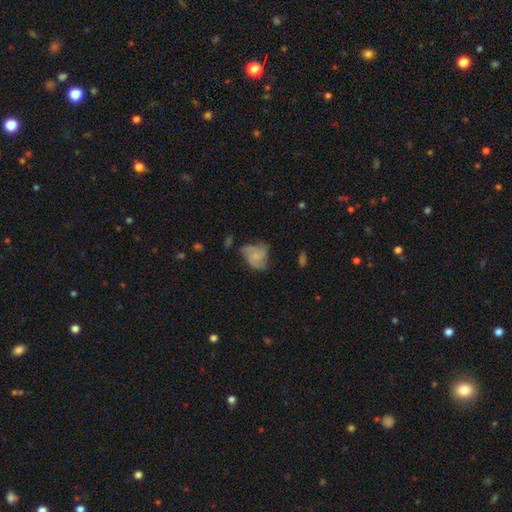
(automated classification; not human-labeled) smooth-or-featured: featured or disk: 62% | smooth: 29% | star or artifact: 8%
  disk-edge-on: no: 98% | yes: 2%
    bar: no: 76% | weak: 21% | strong: 3%
    has-spiral-arms: yes: 87% | no: 13%
      spiral-winding: medium: 47% | tight: 28% | loose: 25%
      spiral-arm-count: 3: 51% | 2: 18% | can't tell: 14% | 4: 10% | 1: 4% | more than 4: 3%
    bulge-size: small: 61% | none: 19% | moderate: 18% | large: 2% | dominant: 1%
  merging: none: 48% | minor disturbance: 30% | major disturbance: 19% | merger: 3%